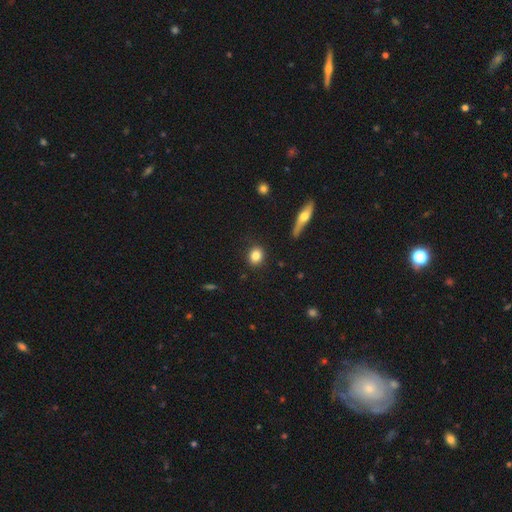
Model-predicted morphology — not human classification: This is clearly a smooth galaxy (83%). How rounded: likely round (70%). Merging: clearly none (89%).